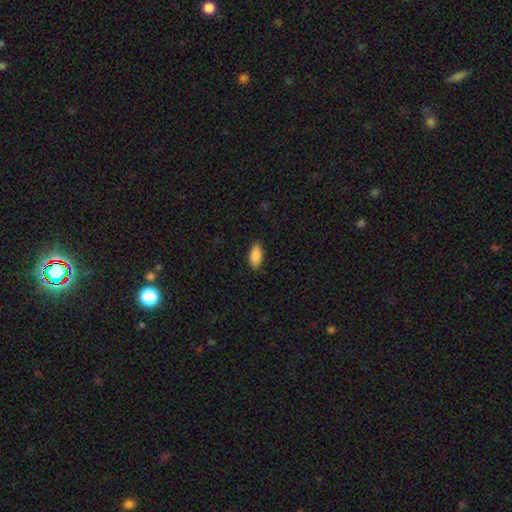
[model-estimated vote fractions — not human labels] The model was most divided on "merging": none: 85%, minor disturbance: 12%, major disturbance: 2%, merger: 1%. More confident: how rounded — in between (90%); smooth or featured — smooth (89%).